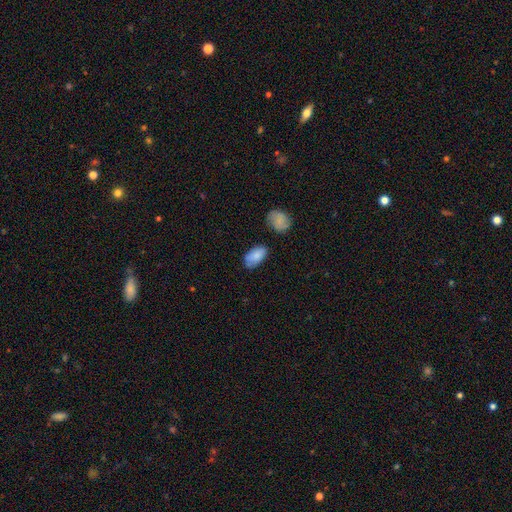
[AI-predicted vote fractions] smooth 82%, featured or disk 12%, star or artifact 7%. Down the decision tree: how rounded — in between (94%); merging — none (63%).